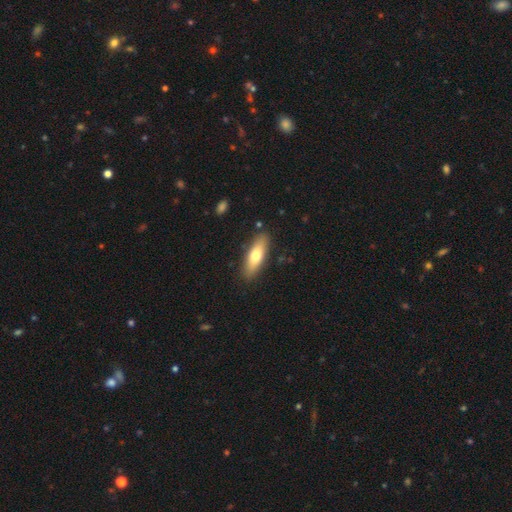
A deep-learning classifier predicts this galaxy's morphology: Smooth or featured: smooth — 67% (featured or disk — 28%)
How rounded: in between — 52% (cigar-shaped — 46%)
Merging: none — 87% (minor disturbance — 10%)